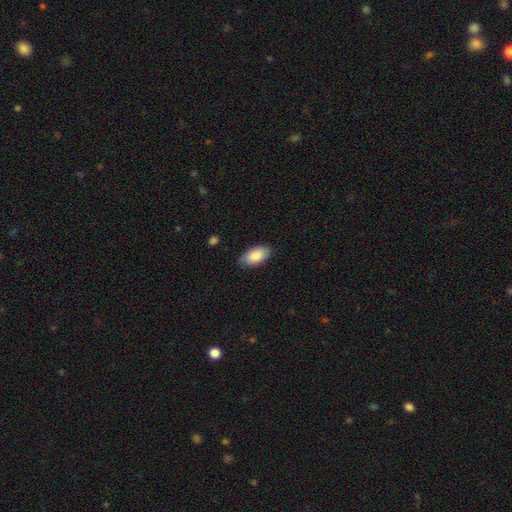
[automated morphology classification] type=smooth (87%); roundness=in between (94%); merging=none (84%).